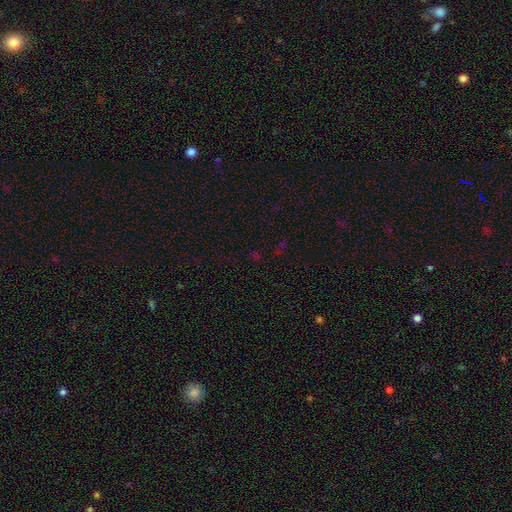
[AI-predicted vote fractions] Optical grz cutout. It shows a star or artifact, not a galaxy (64%).